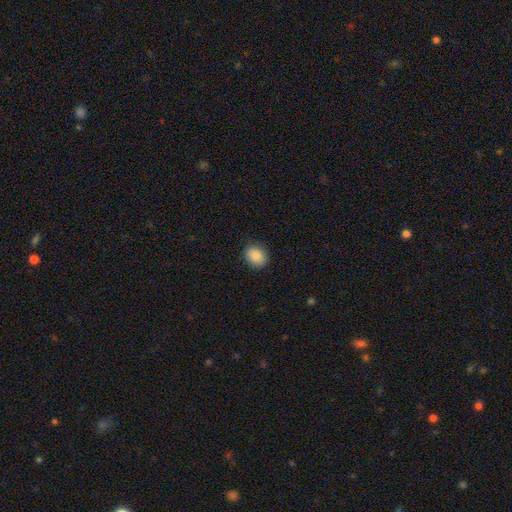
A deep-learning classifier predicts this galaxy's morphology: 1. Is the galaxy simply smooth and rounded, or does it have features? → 87% smooth, 8% star or artifact, 5% featured or disk.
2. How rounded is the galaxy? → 56% round, 43% in between, 1% cigar-shaped.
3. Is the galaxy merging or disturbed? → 87% none, 10% minor disturbance, 2% major disturbance, 1% merger.